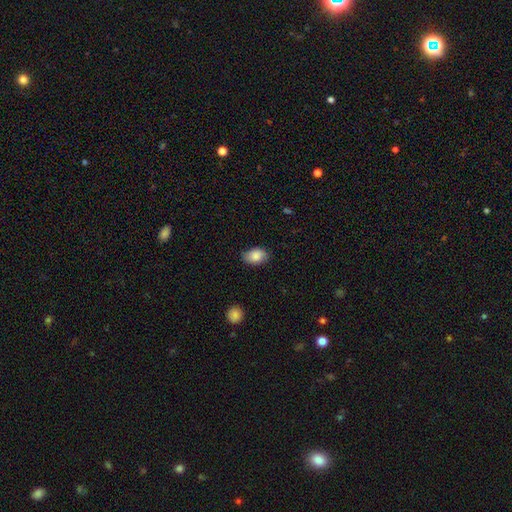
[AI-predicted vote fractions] Q: Smooth or featured?
A: smooth (87%); runner-up: star or artifact (7%)
Q: How rounded?
A: in between (86%); runner-up: round (13%)
Q: Merging?
A: none (83%); runner-up: minor disturbance (14%)